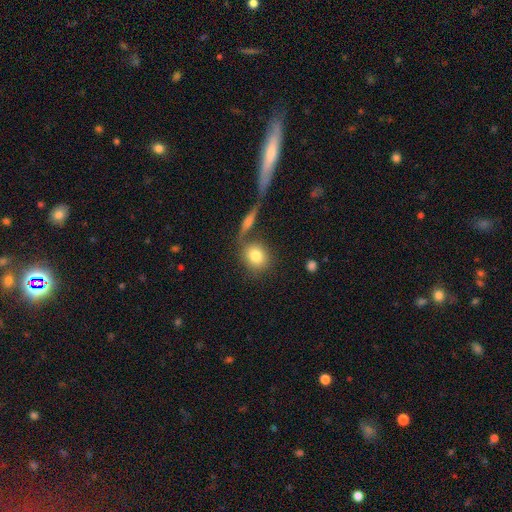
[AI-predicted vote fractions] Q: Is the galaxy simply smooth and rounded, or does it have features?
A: smooth — 80%.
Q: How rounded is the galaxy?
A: round — 72%.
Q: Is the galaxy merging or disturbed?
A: none — 63%.